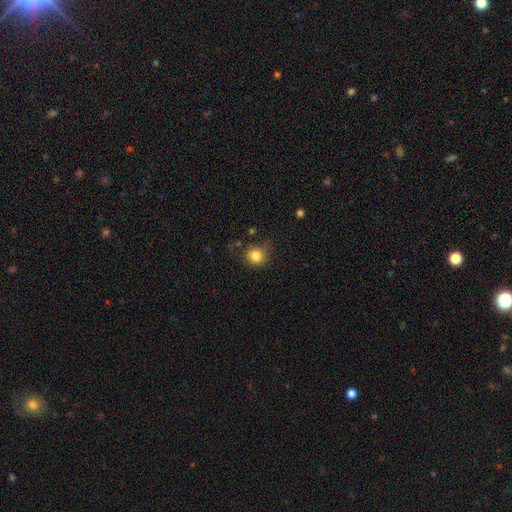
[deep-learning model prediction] Smooth or featured?
  - smooth: 83% *
  - star or artifact: 11%
  - featured or disk: 6%
How rounded?
  - round: 87% *
  - in between: 12%
  - cigar-shaped: 1%
Merging?
  - none: 72% *
  - minor disturbance: 20%
  - major disturbance: 6%
  - merger: 2%